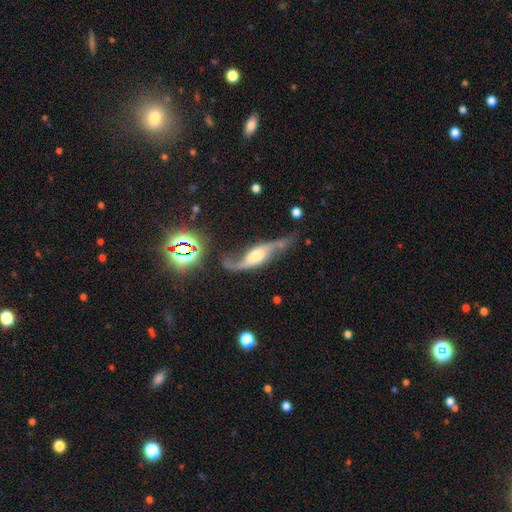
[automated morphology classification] Overall: featured or disk (81%). Edge-on disk: no (78%). Bar: no (55%; weak 31%). Spiral arms: yes (93%). Spiral arm count: 2 (90%). Spiral winding: loose (82%). Bulge size: moderate (51%; small 23%). Merging: none (55%; minor disturbance 22%).